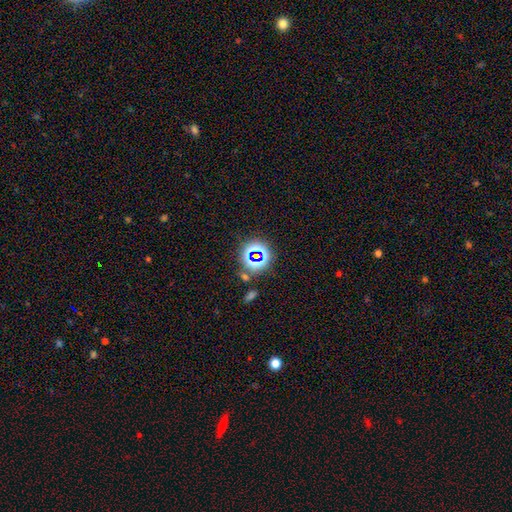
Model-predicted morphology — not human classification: This is likely a star or artifact rather than a galaxy (65%).